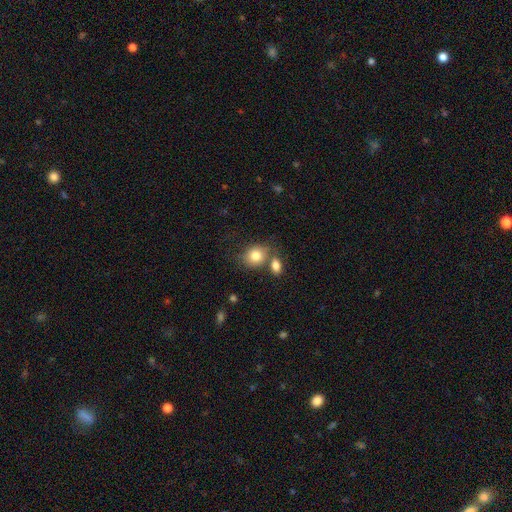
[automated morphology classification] type=smooth (80%); roundness=round (59%); merging=none (52%).